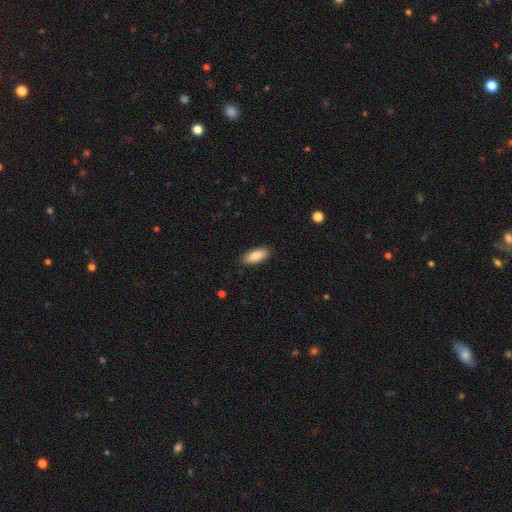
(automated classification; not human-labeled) Smooth or featured? Predicted: smooth (p=0.87). How rounded? Predicted: in between (p=0.85). Merging? Predicted: none (p=0.88).